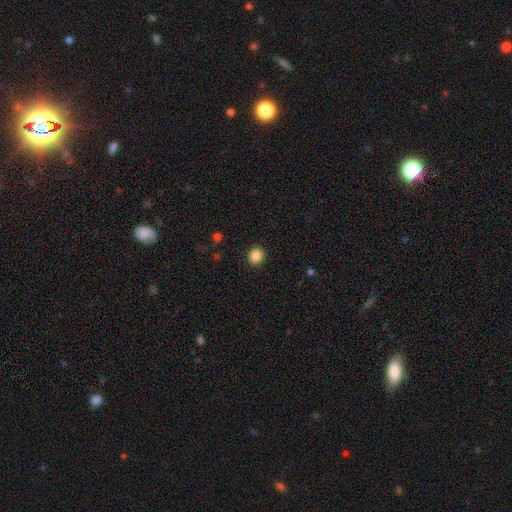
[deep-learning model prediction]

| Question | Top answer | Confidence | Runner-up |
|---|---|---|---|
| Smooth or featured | smooth | 87% | star or artifact (10%) |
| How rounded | round | 85% | in between (14%) |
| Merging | none | 92% | minor disturbance (5%) |